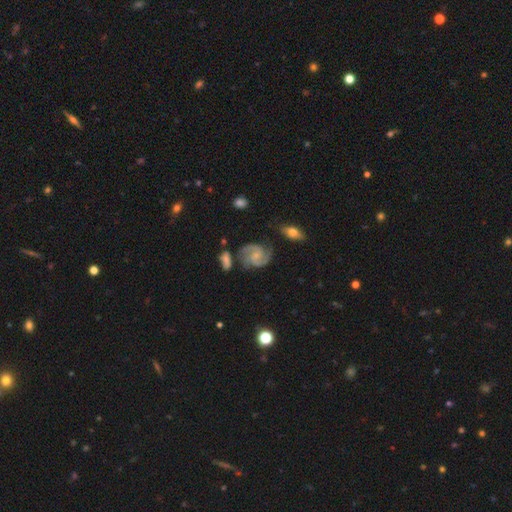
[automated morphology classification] Overall: featured or disk (87%). Edge-on disk: no (98%). Bar: no (51%; weak 40%). Spiral arms: yes (97%). Spiral arm count: 2 (90%). Spiral winding: medium (55%; tight 27%). Bulge size: small (57%; moderate 20%). Merging: none (66%).